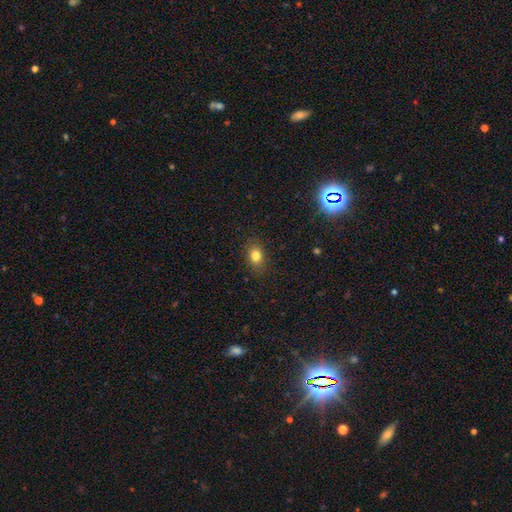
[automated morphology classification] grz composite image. It shows a smooth galaxy with no disk features (81%) that is in between round and cigar-shaped (70%). Merging: none (87%).